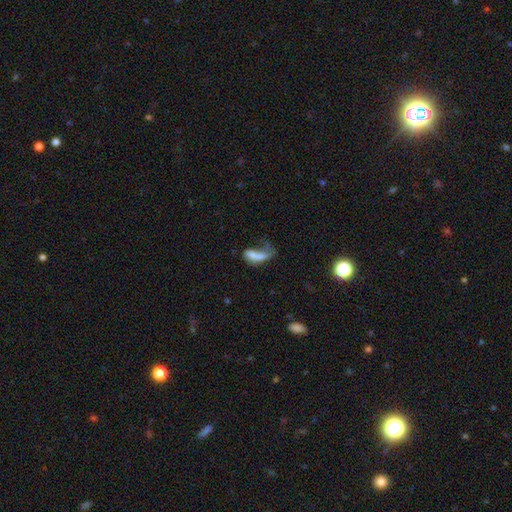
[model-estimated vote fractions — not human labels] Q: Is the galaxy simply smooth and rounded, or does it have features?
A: smooth — 57%.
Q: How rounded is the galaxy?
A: in between — 65%.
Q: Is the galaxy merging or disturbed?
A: major disturbance — 41%.